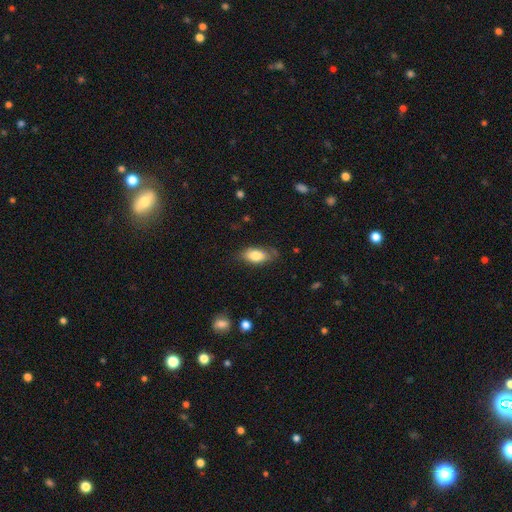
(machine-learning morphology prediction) This appears to be a smooth galaxy with no disk features (80%) that is in between round and cigar-shaped (87%). Merging: none (72%).